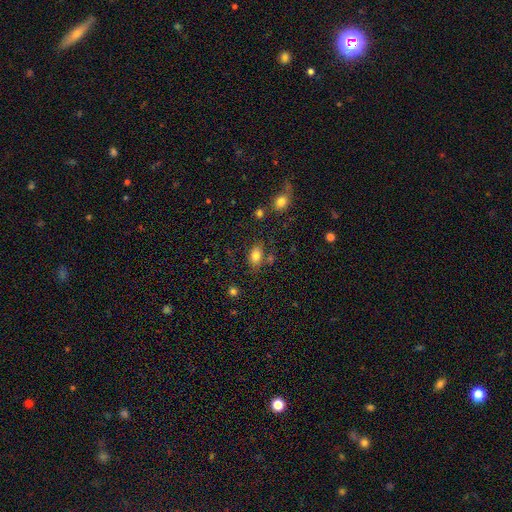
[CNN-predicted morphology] Smooth or featured? smooth (80%)
How rounded? in between (82%)
Merging? none (70%)